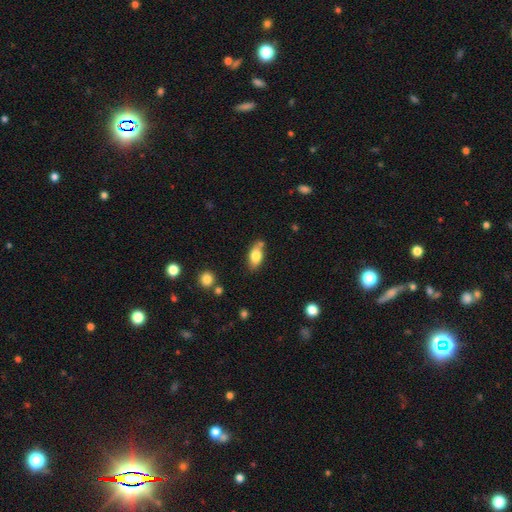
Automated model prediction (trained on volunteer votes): Overall: smooth (77%). How rounded: in between (87%). Merging: none (70%).